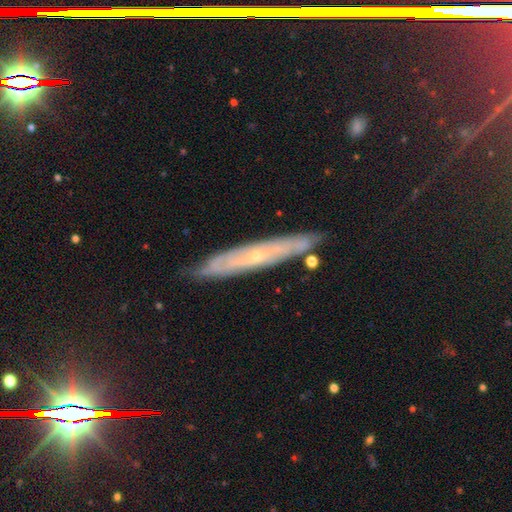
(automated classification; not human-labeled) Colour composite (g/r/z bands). It shows a featured or disk galaxy (70%) viewed edge-on (61%). Merging: none (82%).